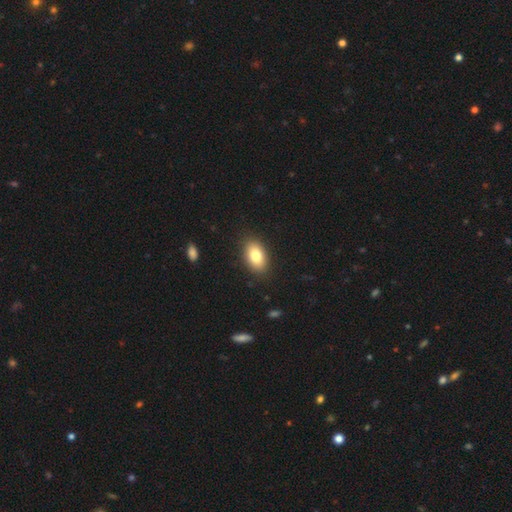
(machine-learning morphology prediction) The model was most divided on "smooth or featured": smooth: 82%, featured or disk: 11%, star or artifact: 8%. More confident: how rounded — in between (90%); merging — none (88%).